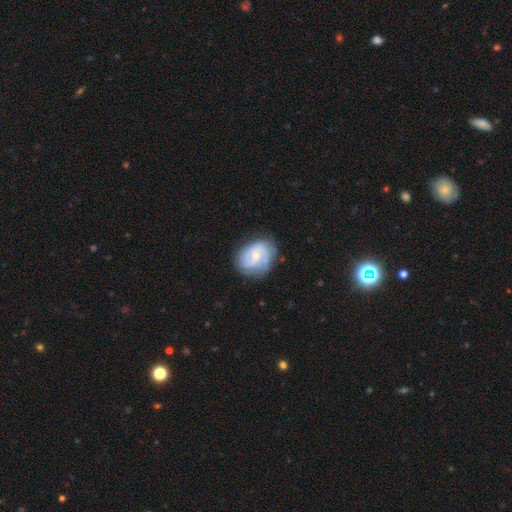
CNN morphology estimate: This is likely a featured or disk galaxy (63%). It is clearly not viewed edge-on (97%). Bar: likely no (65%). Spiral arm pattern: clearly yes (82%). Spiral arm count: marginally can't tell (36%). Spiral winding: possibly tight (48%). Central bulge: possibly small (58%). Merging: likely none (67%).